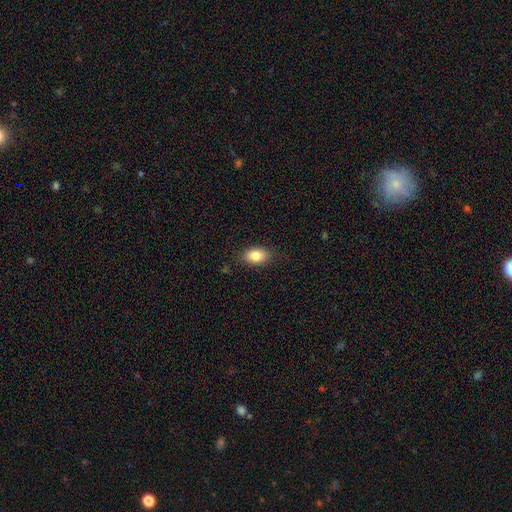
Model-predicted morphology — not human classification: Smooth or featured: smooth — 84% (featured or disk — 8%)
How rounded: in between — 88% (round — 10%)
Merging: none — 85% (minor disturbance — 12%)